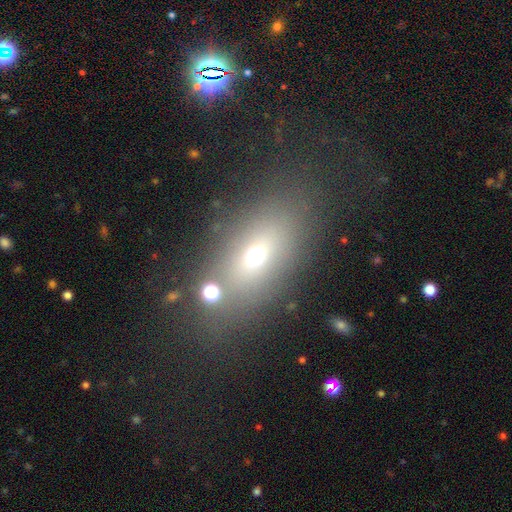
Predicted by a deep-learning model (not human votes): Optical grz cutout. It shows a smooth galaxy with no disk features (61%) that is in between round and cigar-shaped (74%). Merging: none (71%).